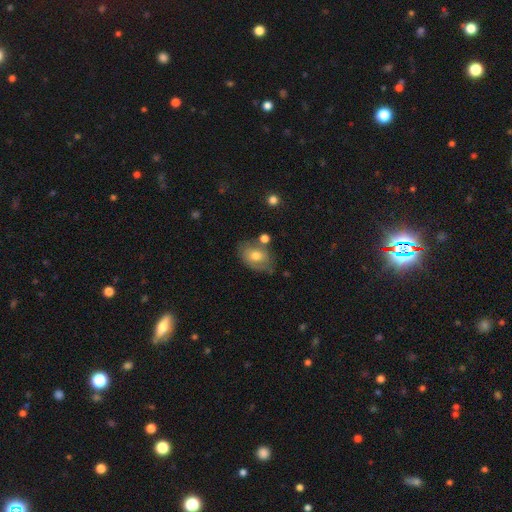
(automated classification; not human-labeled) smooth-or-featured: smooth: 66% | featured or disk: 26% | star or artifact: 8%
  how-rounded: in between: 80% | round: 19% | cigar-shaped: 1%
  merging: none: 59% | minor disturbance: 23% | merger: 11% | major disturbance: 7%